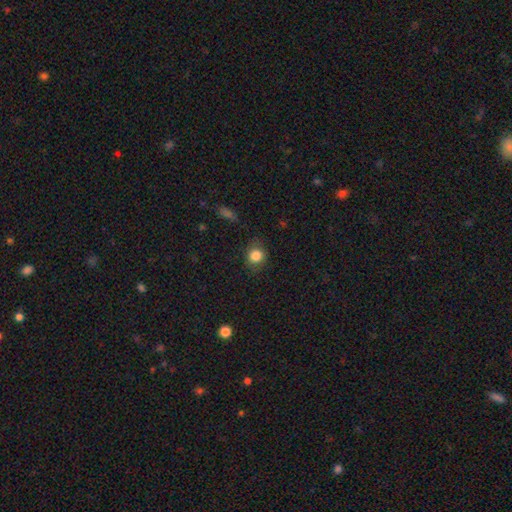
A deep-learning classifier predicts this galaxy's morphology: smooth_or_featured: smooth (p=0.83) [alt: star or artifact p=0.11]
how_rounded: round (p=0.75) [alt: in between p=0.24]
merging: none (p=0.79) [alt: minor disturbance p=0.16]